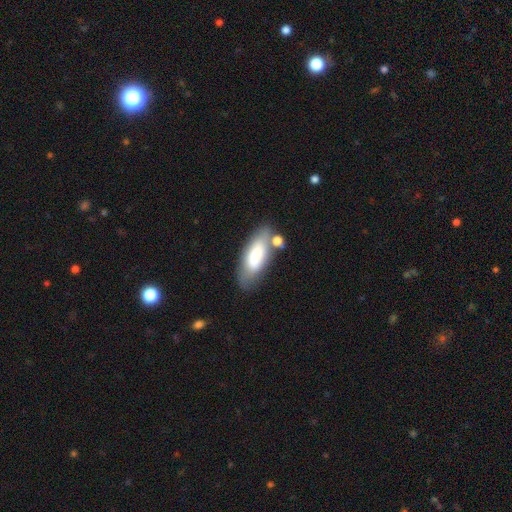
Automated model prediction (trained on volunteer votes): The model was most divided on "merging": none: 57%, minor disturbance: 19%, merger: 17%, major disturbance: 7%. More confident: how rounded — in between (74%); smooth or featured — smooth (69%).